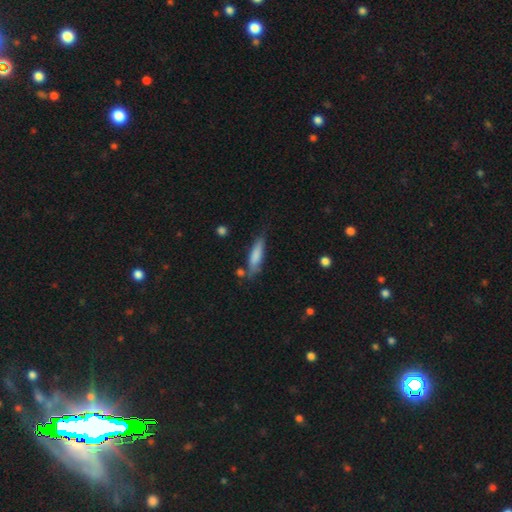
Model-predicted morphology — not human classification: Smooth or featured? smooth (76%)
How rounded? cigar-shaped (73%)
Merging? none (68%)